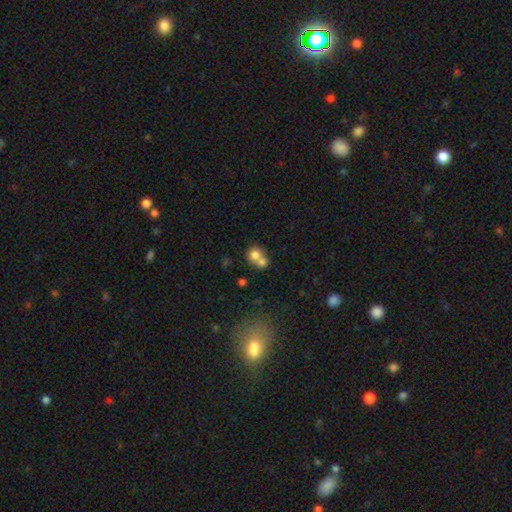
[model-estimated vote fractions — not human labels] smooth 76%, featured or disk 14%, star or artifact 10%. Down the decision tree: how rounded — round (79%); merging — merger (58%).